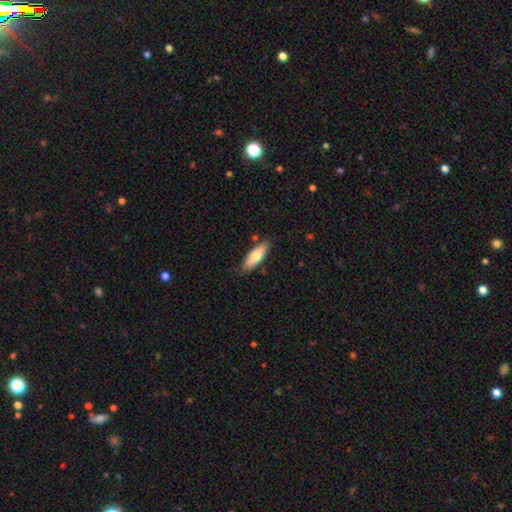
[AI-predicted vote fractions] Q: Smooth or featured?
A: smooth (69%); runner-up: featured or disk (25%)
Q: How rounded?
A: in between (59%); runner-up: cigar-shaped (39%)
Q: Merging?
A: none (81%); runner-up: minor disturbance (14%)